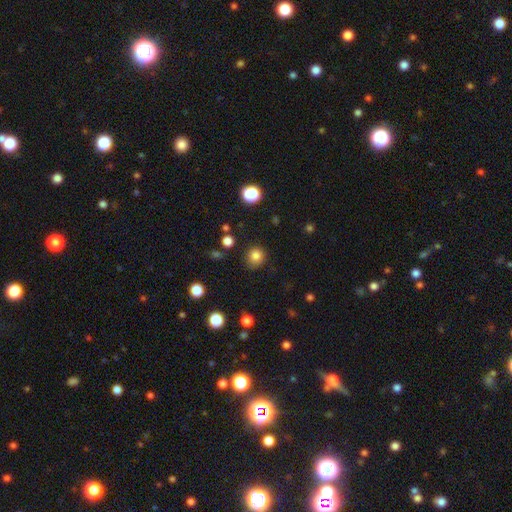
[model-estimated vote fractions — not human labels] Smooth or featured?
  - smooth: 83% *
  - star or artifact: 13%
  - featured or disk: 5%
How rounded?
  - round: 90% *
  - in between: 9%
  - cigar-shaped: 1%
Merging?
  - none: 86% *
  - minor disturbance: 9%
  - major disturbance: 3%
  - merger: 2%